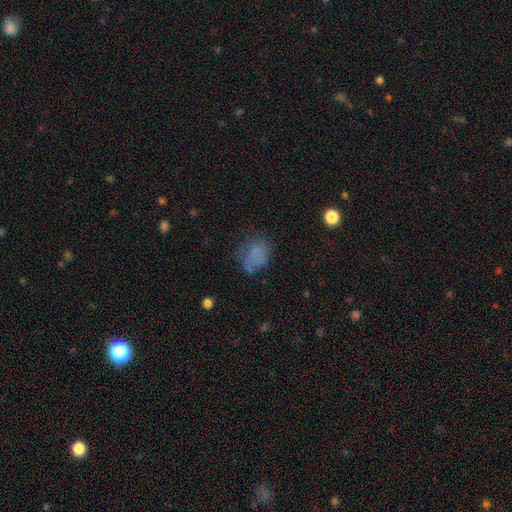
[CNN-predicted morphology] smooth-or-featured: smooth: 65% | featured or disk: 20% | star or artifact: 15%
  how-rounded: in between: 58% | round: 40% | cigar-shaped: 1%
  merging: none: 47% | minor disturbance: 26% | major disturbance: 23% | merger: 4%